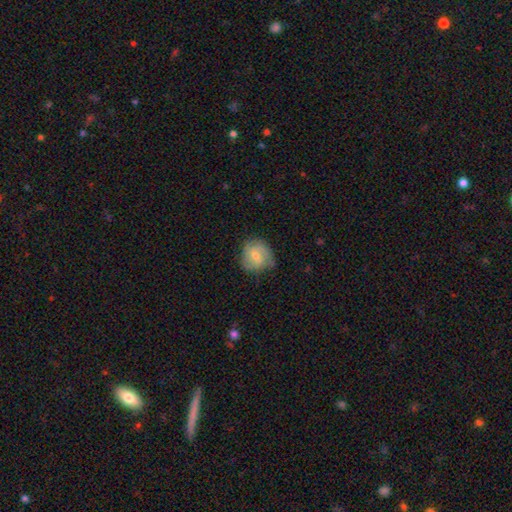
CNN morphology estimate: A smooth galaxy with no disk features (48%). Merging: none (68%).